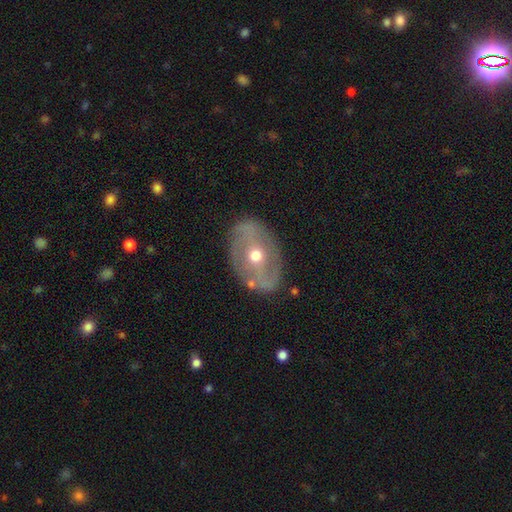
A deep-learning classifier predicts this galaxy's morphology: A featured or disk galaxy (64%) with no bar (53%), no spiral arms (60%) and a moderate central bulge (73%).

Vote fractions:
- Smooth or featured? featured or disk: 64% / smooth: 29% / star or artifact: 7%
- Edge-on disk? no: 91% / yes: 9%
- Bar? no: 53% / weak: 31% / strong: 16%
- Spiral arms? no: 60% / yes: 40%
- Bulge size? moderate: 73% / small: 21% / large: 4% / dominant: 1% / none: 1%
- Merging? none: 79% / minor disturbance: 14% / major disturbance: 5% / merger: 2%